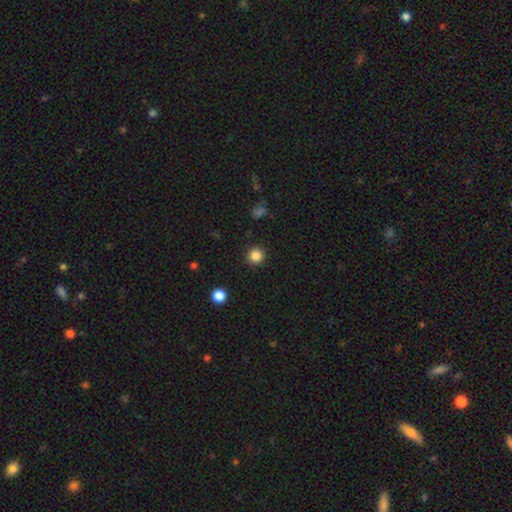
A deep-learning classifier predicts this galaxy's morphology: This appears to be a smooth galaxy with no disk features (84%) that is round (95%). Merging: none (91%).